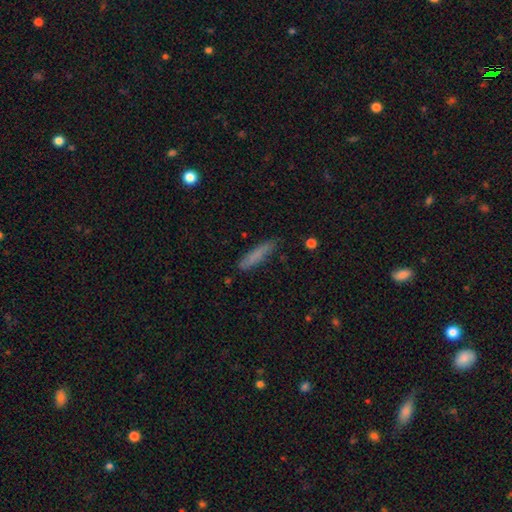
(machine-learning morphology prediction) Q: Smooth or featured?
A: smooth (77%); runner-up: featured or disk (15%)
Q: How rounded?
A: cigar-shaped (89%); runner-up: in between (10%)
Q: Merging?
A: none (81%); runner-up: minor disturbance (15%)